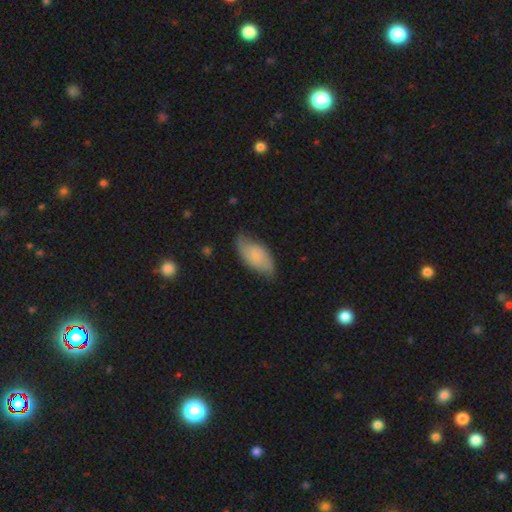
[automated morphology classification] Q: Smooth or featured?
A: smooth (60%); runner-up: featured or disk (33%)
Q: How rounded?
A: in between (92%); runner-up: cigar-shaped (6%)
Q: Merging?
A: none (68%); runner-up: minor disturbance (25%)